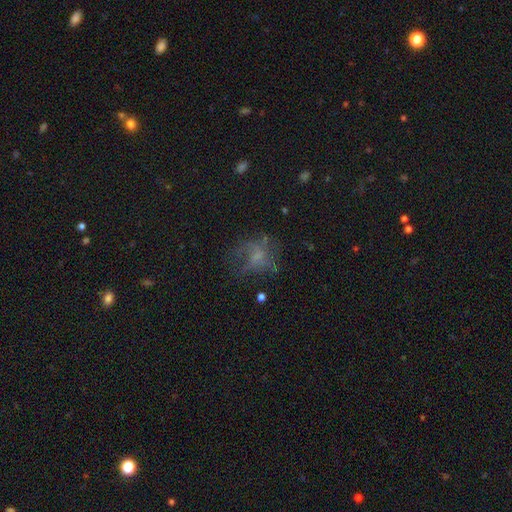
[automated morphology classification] Overall: featured or disk (41%; smooth 35%). Merging: none (45%; major disturbance 33%).